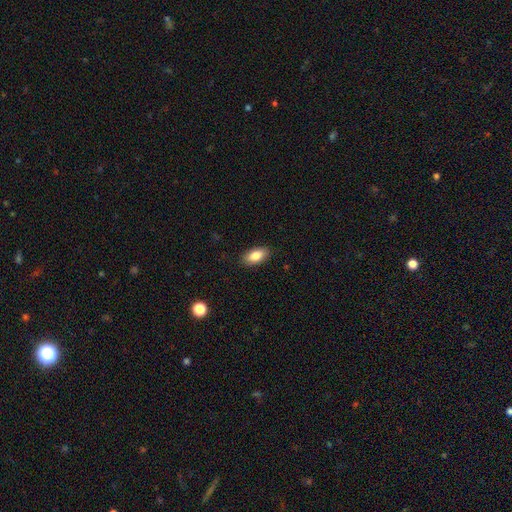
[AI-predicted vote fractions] Overall: smooth (84%). How rounded: in between (91%). Merging: none (89%).